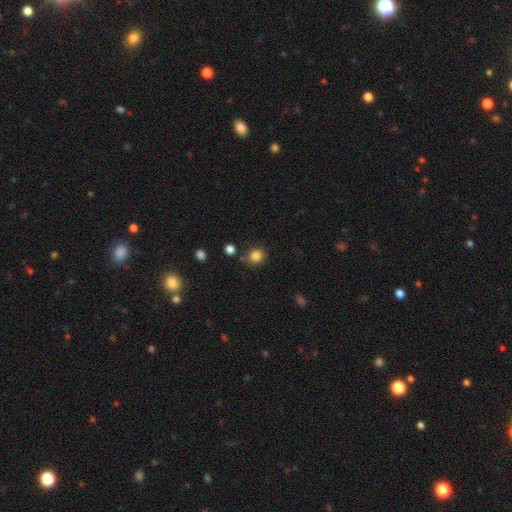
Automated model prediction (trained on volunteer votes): This is clearly a smooth galaxy (83%). How rounded: clearly round (84%). Merging: likely none (80%).